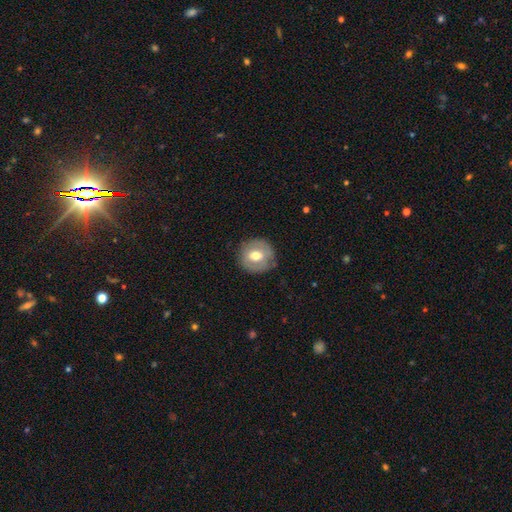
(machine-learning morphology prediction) smooth-or-featured: smooth: 57% | featured or disk: 36% | star or artifact: 7%
  how-rounded: round: 91% | in between: 8% | cigar-shaped: 1%
  merging: none: 83% | minor disturbance: 12% | major disturbance: 3% | merger: 1%